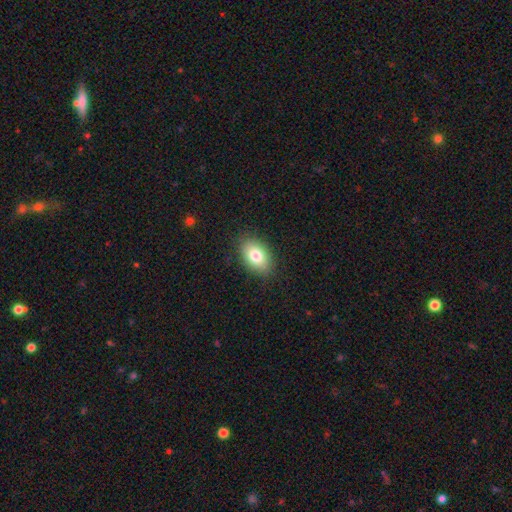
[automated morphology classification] A smooth galaxy with no disk features (79%) that is in between round and cigar-shaped (88%).

Vote fractions:
- Smooth or featured? smooth: 79% / featured or disk: 12% / star or artifact: 8%
- How rounded? in between: 88% / round: 11% / cigar-shaped: 1%
- Merging? none: 87% / minor disturbance: 10% / major disturbance: 3% / merger: 1%